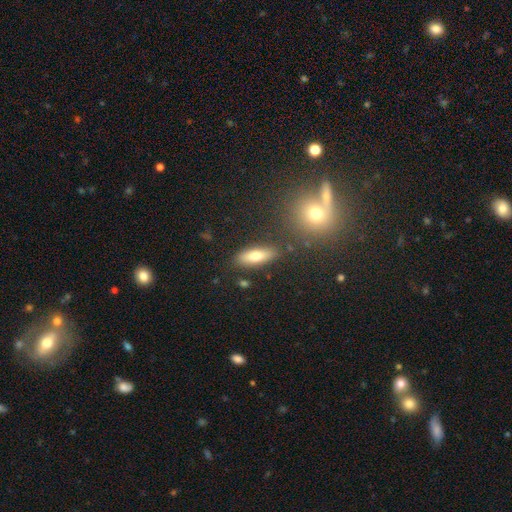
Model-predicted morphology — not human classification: Smooth or featured? Predicted: smooth (p=0.72). How rounded? Predicted: in between (p=0.64). Merging? Predicted: none (p=0.82).